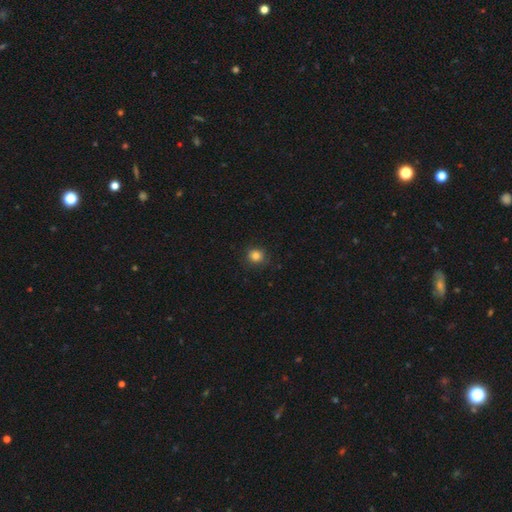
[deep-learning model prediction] smooth_or_featured: smooth (p=0.83) [alt: star or artifact p=0.12]
how_rounded: round (p=0.86) [alt: in between p=0.13]
merging: none (p=0.86) [alt: minor disturbance p=0.10]